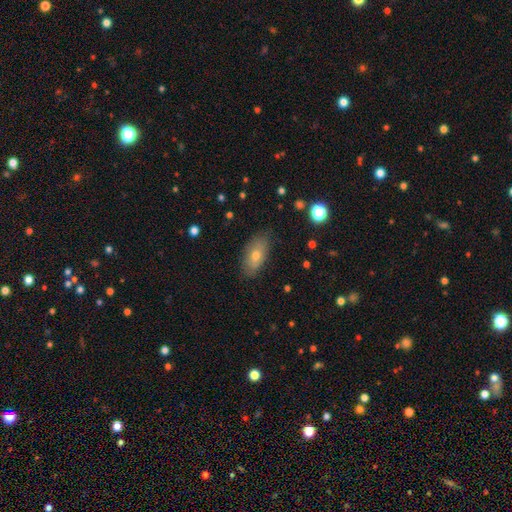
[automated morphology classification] Q: Smooth or featured?
A: smooth (66%); runner-up: featured or disk (24%)
Q: How rounded?
A: in between (88%); runner-up: cigar-shaped (6%)
Q: Merging?
A: none (83%); runner-up: minor disturbance (13%)